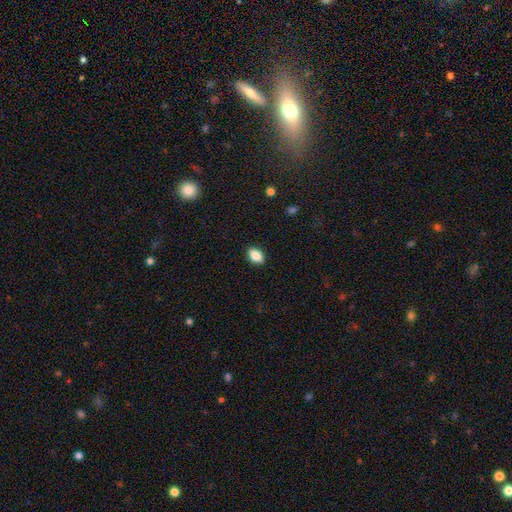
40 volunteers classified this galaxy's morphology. Overall: smooth (85%). How rounded: in between (97%). Merging: none (92%).